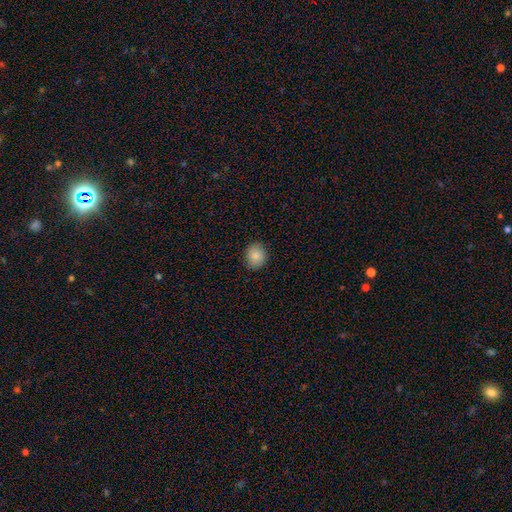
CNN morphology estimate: smooth_or_featured: smooth (p=0.86) [alt: star or artifact p=0.08]
how_rounded: round (p=0.69) [alt: in between p=0.30]
merging: none (p=0.88) [alt: minor disturbance p=0.09]